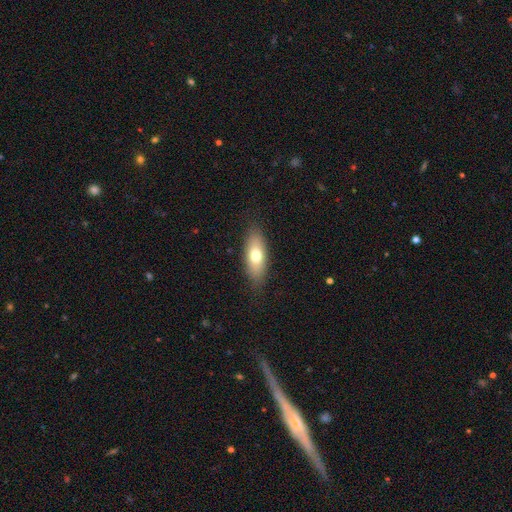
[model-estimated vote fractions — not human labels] smooth_or_featured: smooth (p=0.70) [alt: featured or disk p=0.22]
how_rounded: in between (p=0.72) [alt: cigar-shaped p=0.24]
merging: none (p=0.84) [alt: minor disturbance p=0.12]